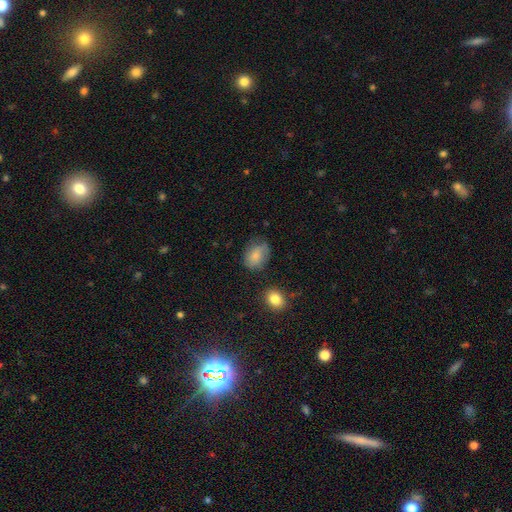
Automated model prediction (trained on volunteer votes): Smooth or featured: smooth — 71% (featured or disk — 20%)
How rounded: in between — 67% (round — 31%)
Merging: none — 64% (minor disturbance — 25%)